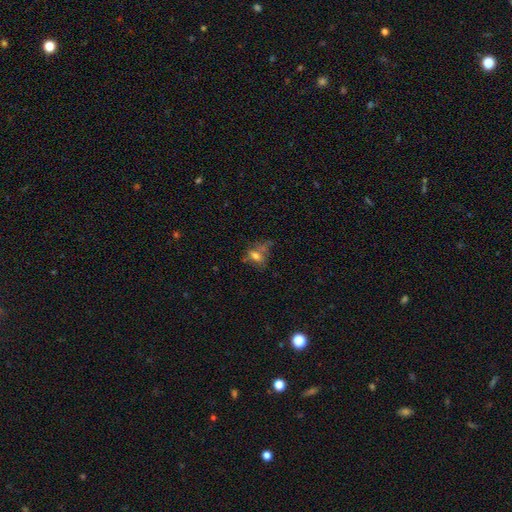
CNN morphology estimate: A smooth galaxy with no disk features (57%) that is in between round and cigar-shaped (74%).

Vote fractions:
- Smooth or featured? smooth: 57% / featured or disk: 24% / star or artifact: 19%
- How rounded? in between: 74% / round: 16% / cigar-shaped: 10%
- Merging? none: 37% / major disturbance: 28% / minor disturbance: 21% / merger: 14%